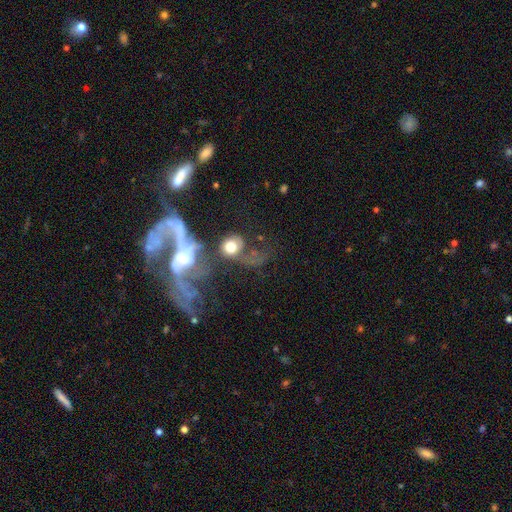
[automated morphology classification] Overall: featured or disk (67%). Edge-on disk: no (93%). Bar: no (61%; weak 26%). Spiral arms: yes (72%). Bulge size: moderate (51%; small 29%). Merging: merger (38%; major disturbance 32%).